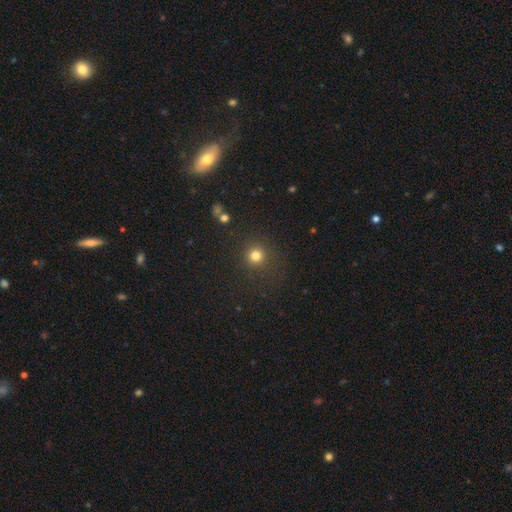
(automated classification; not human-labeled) Smooth or featured: smooth — 79% (star or artifact — 16%)
How rounded: round — 94% (in between — 5%)
Merging: none — 87% (minor disturbance — 7%)